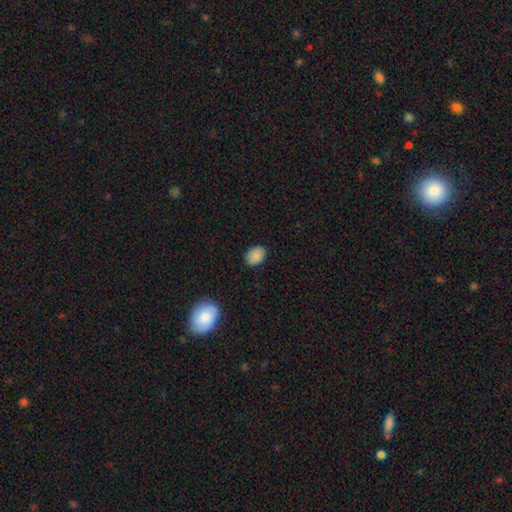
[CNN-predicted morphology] A smooth galaxy with no disk features (87%) that is in between round and cigar-shaped (75%).

Vote fractions:
- Smooth or featured? smooth: 87% / star or artifact: 8% / featured or disk: 5%
- How rounded? in between: 75% / round: 24% / cigar-shaped: 1%
- Merging? none: 86% / minor disturbance: 11% / major disturbance: 2% / merger: 1%